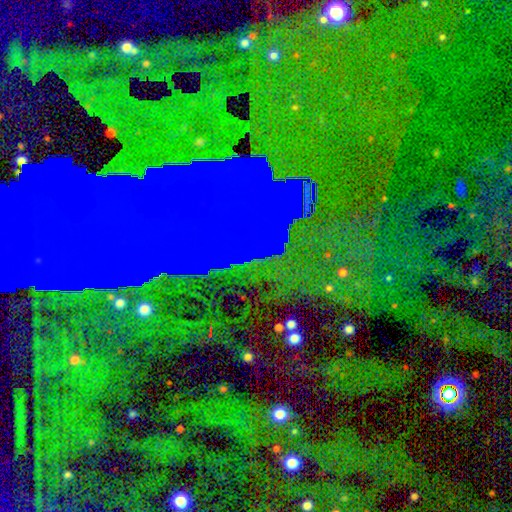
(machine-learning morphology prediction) The model was most divided on "smooth or featured": star or artifact: 75%, featured or disk: 15%, smooth: 9%.